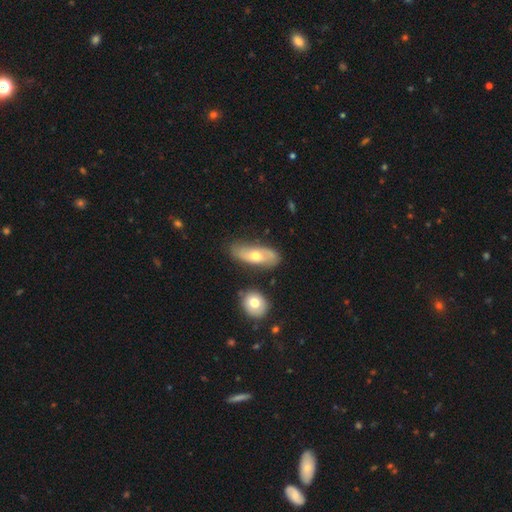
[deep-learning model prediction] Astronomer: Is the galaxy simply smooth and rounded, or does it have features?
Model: smooth — 48% (runner-up: featured or disk, 45%).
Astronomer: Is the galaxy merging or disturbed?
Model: none — 70%.